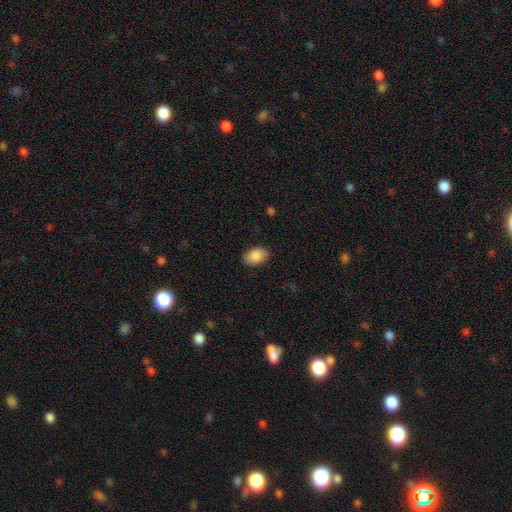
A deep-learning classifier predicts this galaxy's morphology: smooth-or-featured: smooth: 90% | star or artifact: 7% | featured or disk: 4%
  how-rounded: in between: 85% | round: 14% | cigar-shaped: 1%
  merging: none: 87% | minor disturbance: 9% | major disturbance: 2% | merger: 1%